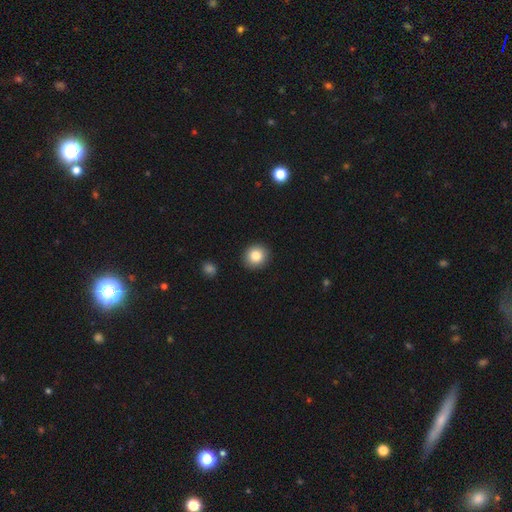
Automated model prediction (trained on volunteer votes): Smooth or featured? smooth (84%)
How rounded? round (88%)
Merging? none (91%)